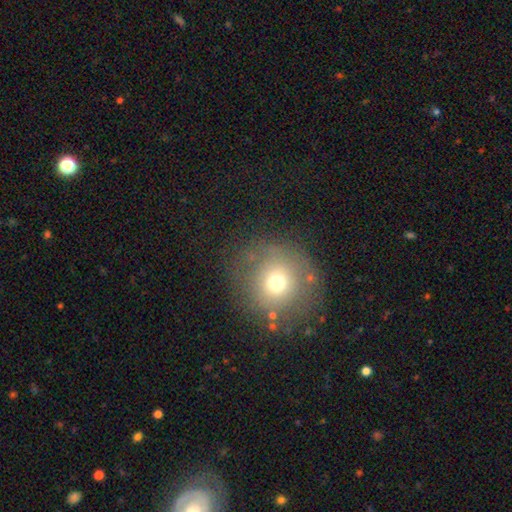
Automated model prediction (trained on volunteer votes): This appears to be a smooth galaxy with no disk features (63%) that is round (90%). Merging: none (77%).